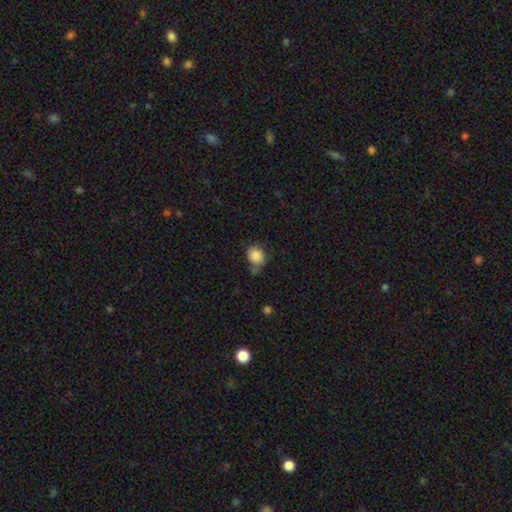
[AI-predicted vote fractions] A smooth galaxy with no disk features (86%) that is round (68%).

Vote fractions:
- Smooth or featured? smooth: 86% / star or artifact: 9% / featured or disk: 5%
- How rounded? round: 68% / in between: 31% / cigar-shaped: 1%
- Merging? none: 53% / minor disturbance: 27% / merger: 11% / major disturbance: 9%